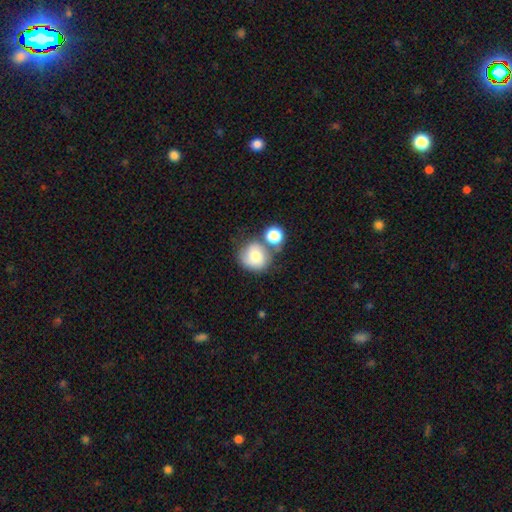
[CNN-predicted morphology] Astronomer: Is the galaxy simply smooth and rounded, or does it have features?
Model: smooth — 68%.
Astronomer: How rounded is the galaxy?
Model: round — 84%.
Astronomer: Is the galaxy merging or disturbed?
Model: none — 45% (runner-up: merger, 30%).